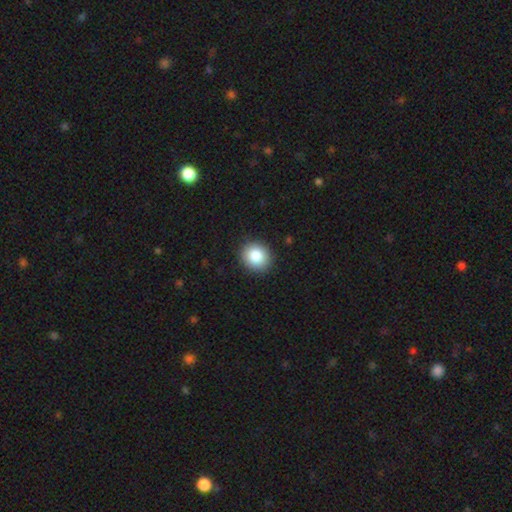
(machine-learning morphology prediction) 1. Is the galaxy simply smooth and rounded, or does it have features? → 85% smooth, 9% star or artifact, 6% featured or disk.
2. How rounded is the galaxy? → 82% round, 17% in between, 1% cigar-shaped.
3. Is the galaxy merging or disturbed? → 90% none, 7% minor disturbance, 2% major disturbance, 1% merger.